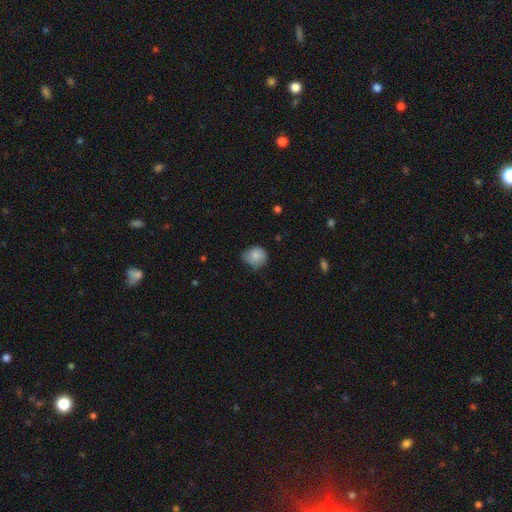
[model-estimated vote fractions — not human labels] A smooth galaxy with no disk features (79%) that is round (75%).

Vote fractions:
- Smooth or featured? smooth: 79% / featured or disk: 14% / star or artifact: 8%
- How rounded? round: 75% / in between: 24% / cigar-shaped: 1%
- Merging? none: 56% / minor disturbance: 36% / major disturbance: 7% / merger: 1%